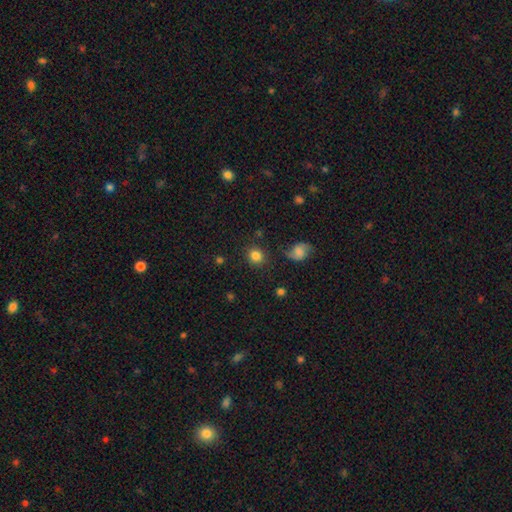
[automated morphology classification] smooth_or_featured: smooth (p=0.83) [alt: star or artifact p=0.10]
how_rounded: round (p=0.84) [alt: in between p=0.15]
merging: none (p=0.84) [alt: minor disturbance p=0.10]